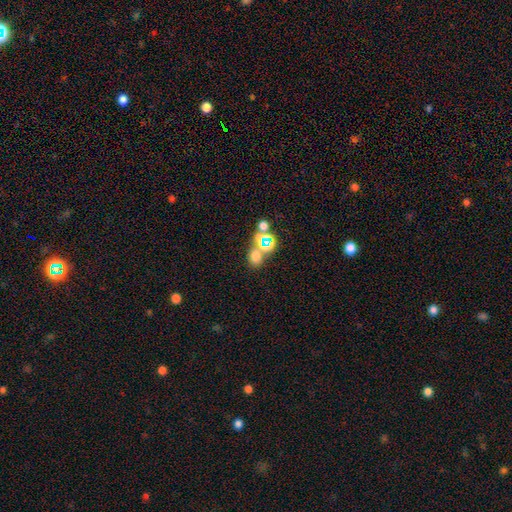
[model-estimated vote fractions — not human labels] Overall: smooth (58%; star or artifact 31%). How rounded: round (54%; in between 45%). Merging: none (55%; merger 31%).